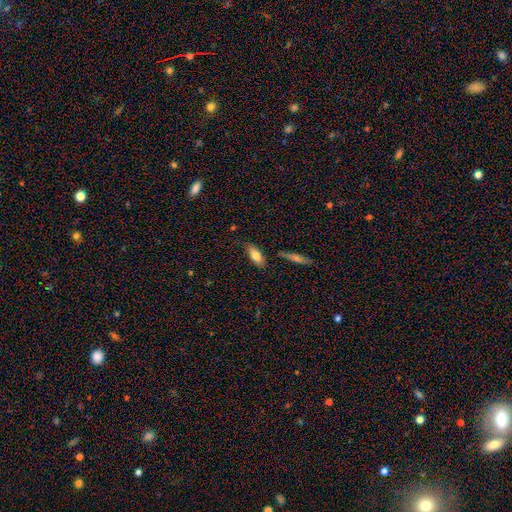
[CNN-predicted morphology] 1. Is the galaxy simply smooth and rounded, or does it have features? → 77% smooth, 16% featured or disk, 7% star or artifact.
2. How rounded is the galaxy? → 80% in between, 17% cigar-shaped, 3% round.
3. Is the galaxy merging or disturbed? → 74% none, 17% minor disturbance, 5% merger, 4% major disturbance.